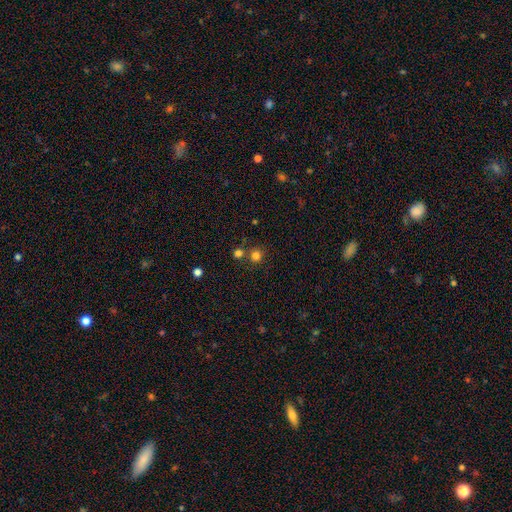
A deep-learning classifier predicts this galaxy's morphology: smooth_or_featured: smooth (p=0.78) [alt: star or artifact p=0.17]
how_rounded: round (p=0.93) [alt: in between p=0.06]
merging: none (p=0.73) [alt: merger p=0.18]